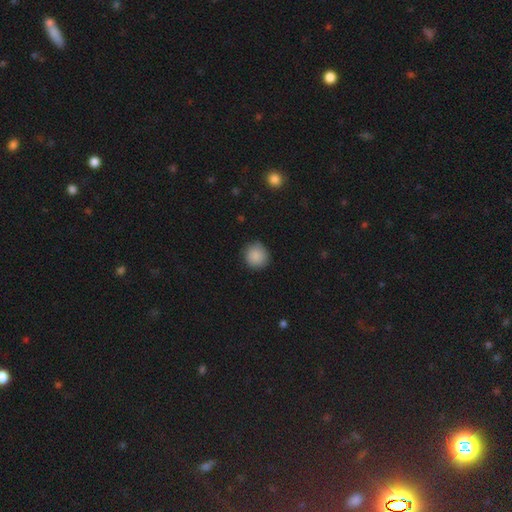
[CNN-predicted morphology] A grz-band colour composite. It shows a smooth galaxy with no disk features (88%) that is round (92%). Merging: none (87%).